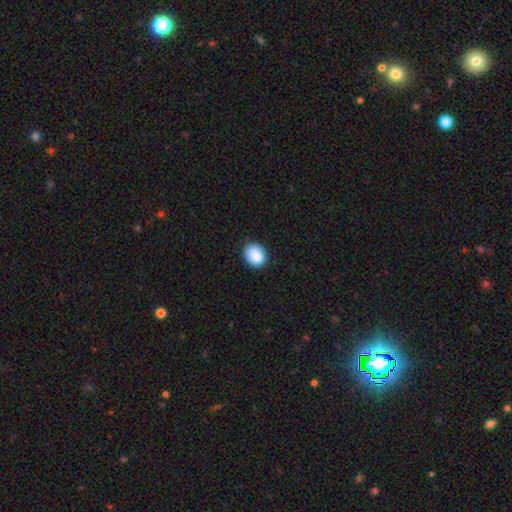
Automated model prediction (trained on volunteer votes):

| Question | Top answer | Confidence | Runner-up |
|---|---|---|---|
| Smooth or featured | smooth | 87% | star or artifact (8%) |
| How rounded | round | 55% | in between (44%) |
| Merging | none | 84% | minor disturbance (13%) |